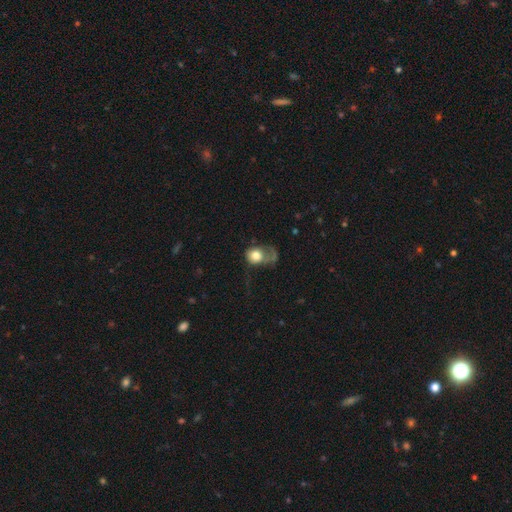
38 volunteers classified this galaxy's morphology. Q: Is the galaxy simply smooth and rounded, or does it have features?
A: smooth — 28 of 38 (74%).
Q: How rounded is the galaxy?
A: round — 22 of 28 (79%).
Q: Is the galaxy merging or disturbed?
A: major disturbance — 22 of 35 (63%).